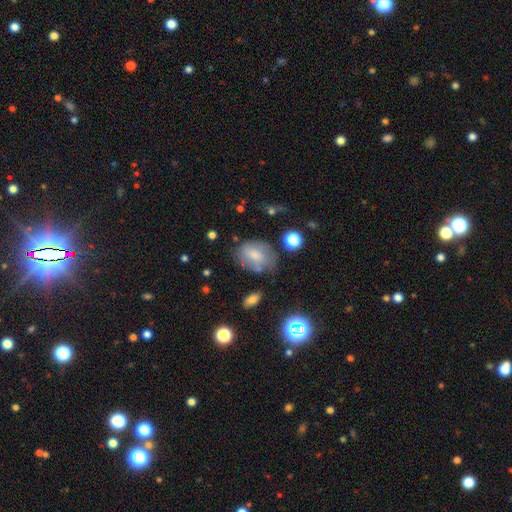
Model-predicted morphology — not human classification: smooth 66%, featured or disk 24%, star or artifact 10%. Down the decision tree: how rounded — in between (72%); merging — none (54%).